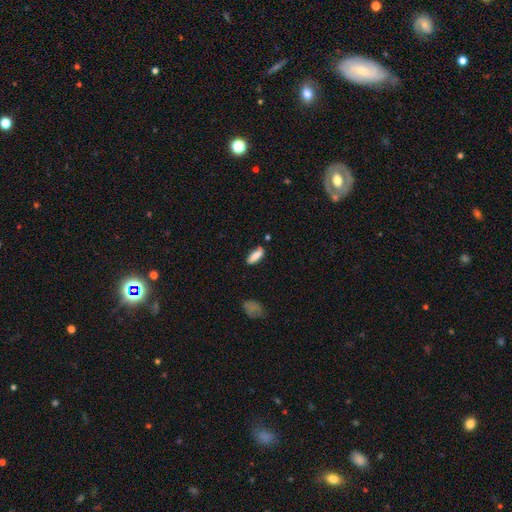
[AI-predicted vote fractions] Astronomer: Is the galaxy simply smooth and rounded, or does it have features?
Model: smooth — 86%.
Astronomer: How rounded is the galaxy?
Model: in between — 57% (runner-up: cigar-shaped, 42%).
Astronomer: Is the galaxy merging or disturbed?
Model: none — 78%.